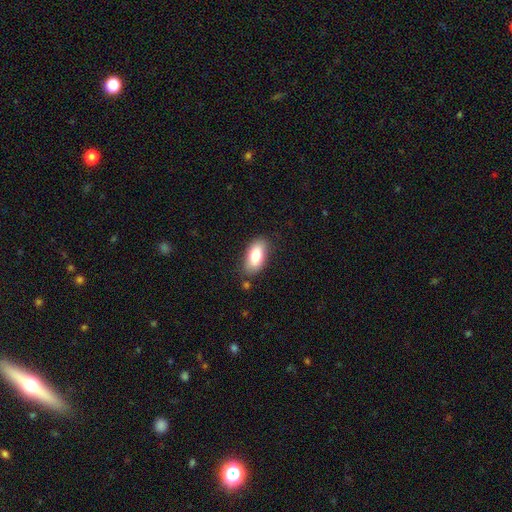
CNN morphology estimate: type=smooth (77%); roundness=in between (91%); merging=none (79%).